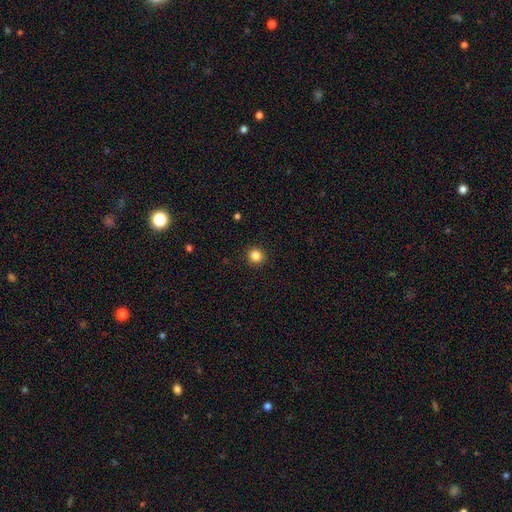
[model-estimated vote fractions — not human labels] Overall: smooth (85%). How rounded: round (93%). Merging: none (92%).